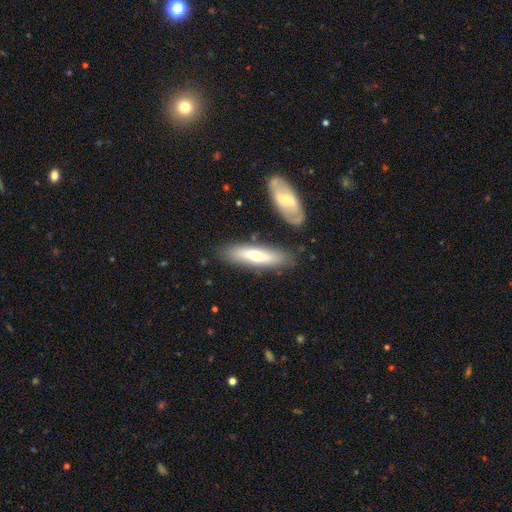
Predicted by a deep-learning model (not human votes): Smooth or featured? Predicted: smooth (p=0.56). How rounded? Predicted: cigar-shaped (p=0.67). Merging? Predicted: none (p=0.79).